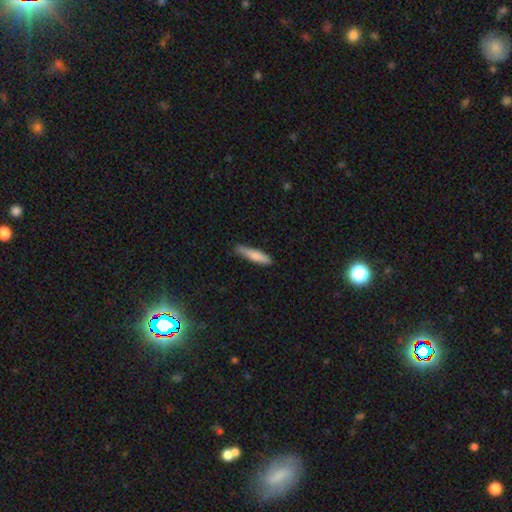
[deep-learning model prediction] This is likely a smooth galaxy (78%). How rounded: clearly cigar-shaped (83%). Merging: likely none (78%).